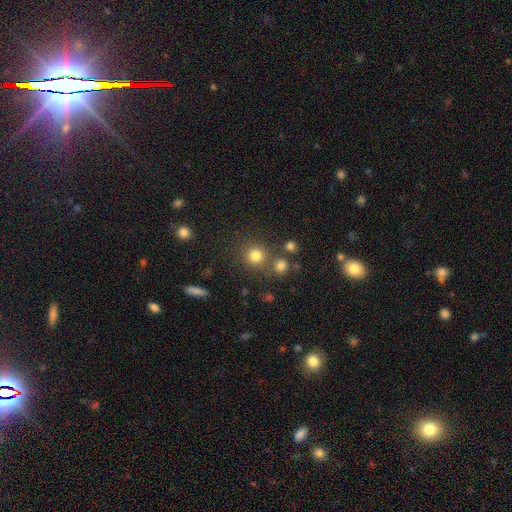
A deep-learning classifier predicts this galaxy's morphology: A smooth galaxy with no disk features (80%) that is round (91%).

Vote fractions:
- Smooth or featured? smooth: 80% / star or artifact: 14% / featured or disk: 6%
- How rounded? round: 91% / in between: 8% / cigar-shaped: 1%
- Merging? none: 75% / merger: 12% / minor disturbance: 8% / major disturbance: 4%